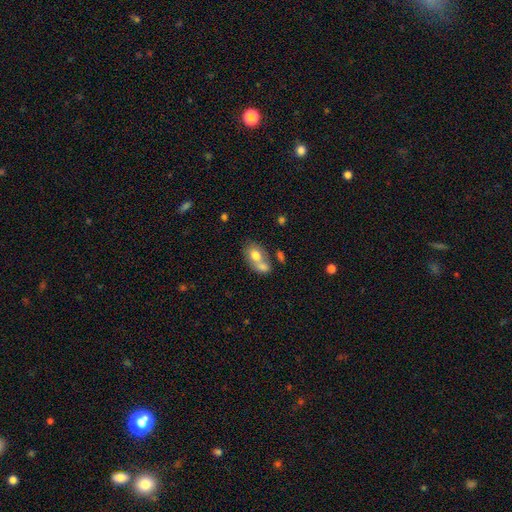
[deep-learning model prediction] Smooth or featured? smooth (74%)
How rounded? in between (69%)
Merging? merger (56%)